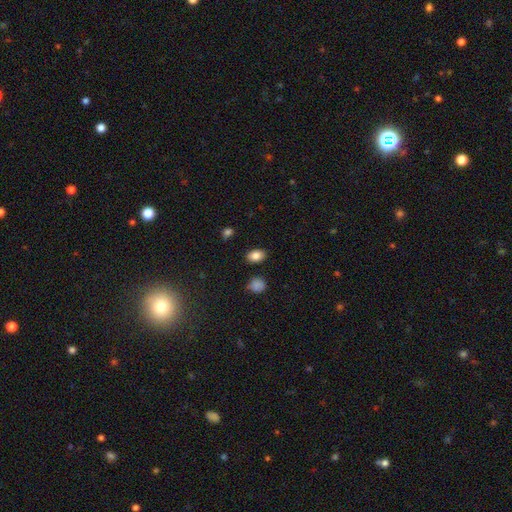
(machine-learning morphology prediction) A smooth galaxy with no disk features (84%) that is in between round and cigar-shaped (82%). Merging: none (85%).